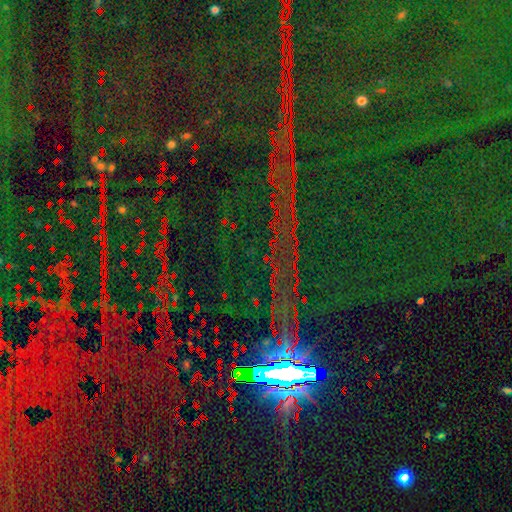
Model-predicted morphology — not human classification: Smooth or featured?
  - star or artifact: 85% *
  - featured or disk: 8%
  - smooth: 7%